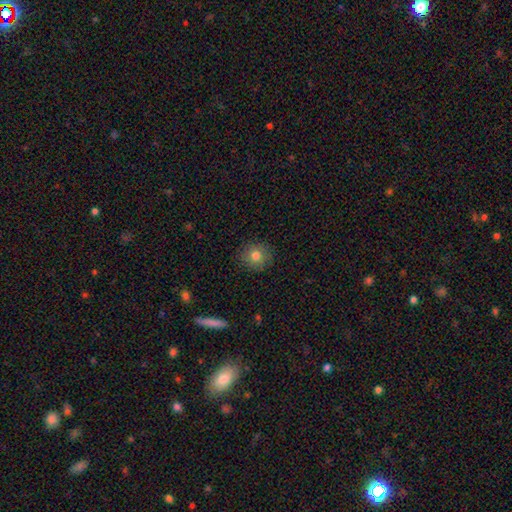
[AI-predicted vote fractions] This is likely a smooth galaxy (80%). How rounded: clearly round (91%). Merging: clearly none (89%).